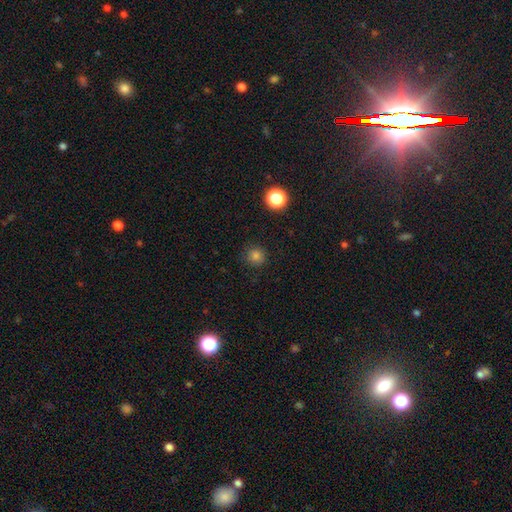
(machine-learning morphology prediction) A smooth galaxy with no disk features (80%) that is round (94%). Merging: none (90%).